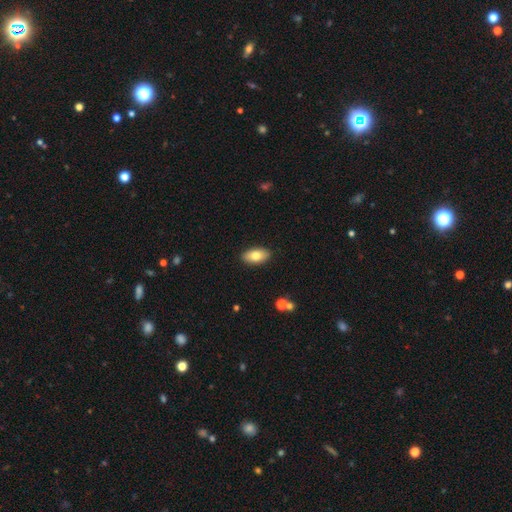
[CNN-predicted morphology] smooth 78%, featured or disk 15%, star or artifact 7%. Down the decision tree: how rounded — in between (92%); merging — none (89%).